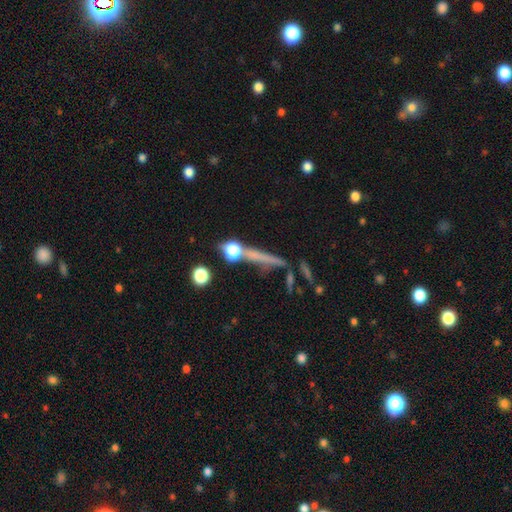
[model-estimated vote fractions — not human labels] Smooth or featured? smooth (40%)
Merging? none (64%)